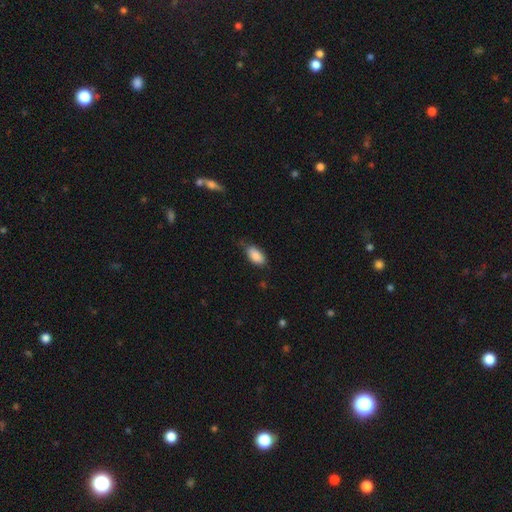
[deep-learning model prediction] smooth-or-featured: smooth: 88% | star or artifact: 7% | featured or disk: 6%
  how-rounded: in between: 93% | cigar-shaped: 4% | round: 3%
  merging: none: 65% | minor disturbance: 28% | major disturbance: 5% | merger: 2%